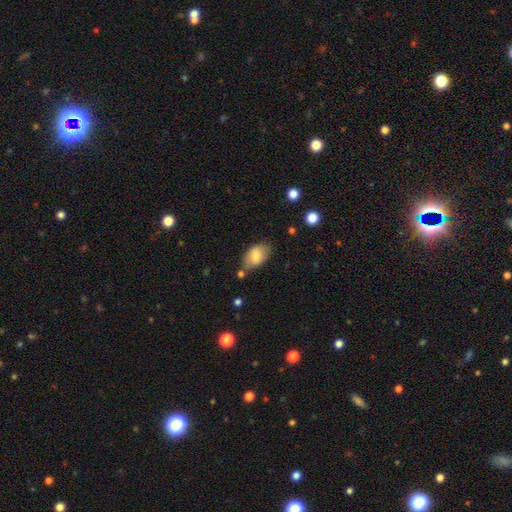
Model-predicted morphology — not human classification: Smooth or featured? Predicted: smooth (p=0.79). How rounded? Predicted: in between (p=0.92). Merging? Predicted: none (p=0.65).